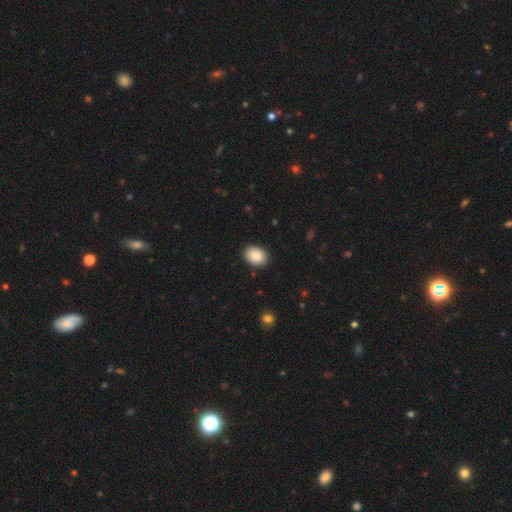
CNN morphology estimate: Smooth or featured?
  - smooth: 89% *
  - star or artifact: 7%
  - featured or disk: 4%
How rounded?
  - in between: 65% *
  - round: 34%
  - cigar-shaped: 1%
Merging?
  - none: 90% *
  - minor disturbance: 7%
  - major disturbance: 2%
  - merger: 1%